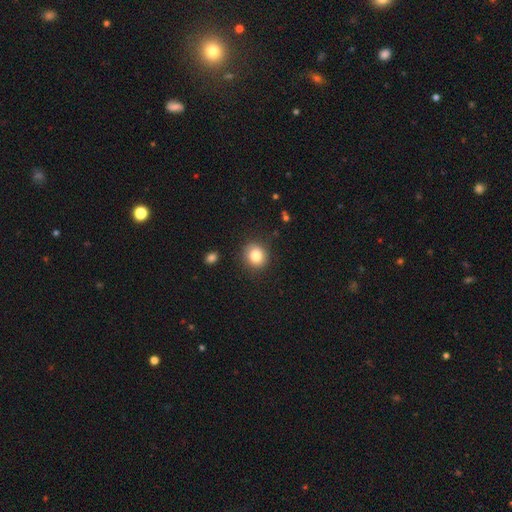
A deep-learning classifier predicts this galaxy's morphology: smooth_or_featured: smooth (p=0.83) [alt: star or artifact p=0.10]
how_rounded: round (p=0.82) [alt: in between p=0.17]
merging: none (p=0.86) [alt: minor disturbance p=0.10]